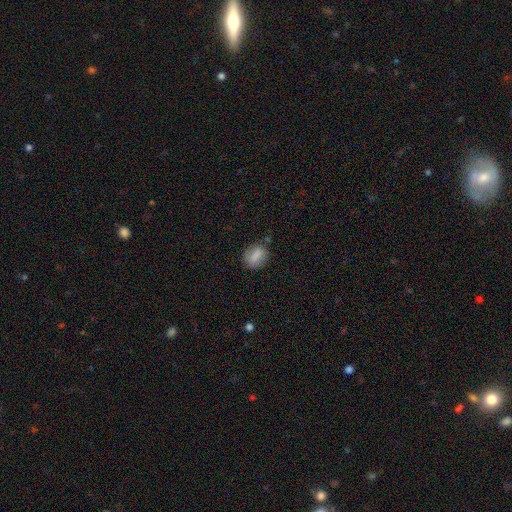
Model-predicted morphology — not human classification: Smooth or featured?
  - smooth: 80% *
  - featured or disk: 12%
  - star or artifact: 9%
How rounded?
  - in between: 50% *
  - round: 47%
  - cigar-shaped: 3%
Merging?
  - none: 74% *
  - minor disturbance: 18%
  - major disturbance: 5%
  - merger: 3%